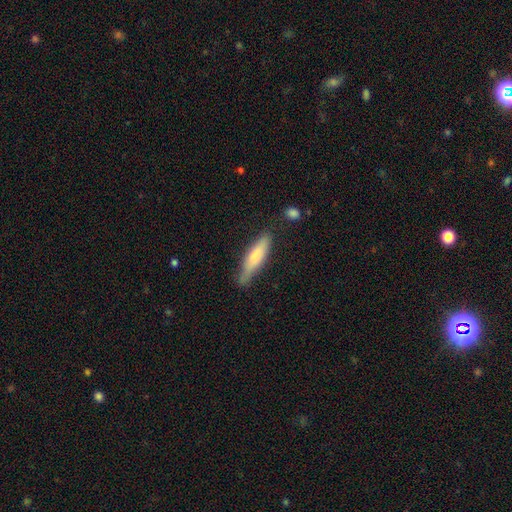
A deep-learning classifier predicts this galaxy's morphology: smooth-or-featured: smooth: 66% | featured or disk: 28% | star or artifact: 6%
  how-rounded: cigar-shaped: 76% | in between: 23% | round: 1%
  merging: none: 69% | minor disturbance: 23% | major disturbance: 5% | merger: 3%